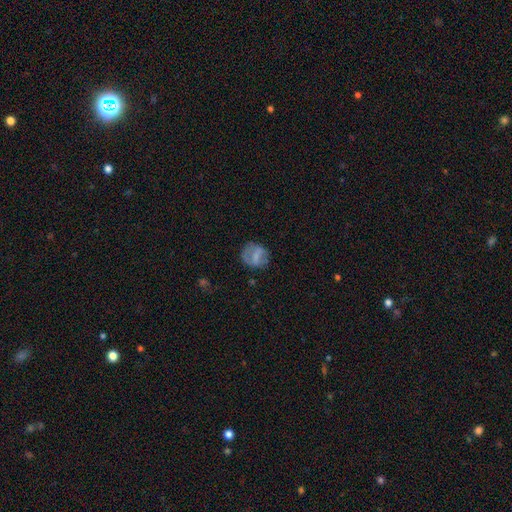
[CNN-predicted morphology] type=smooth (53%); roundness=round (66%); merging=none (68%).